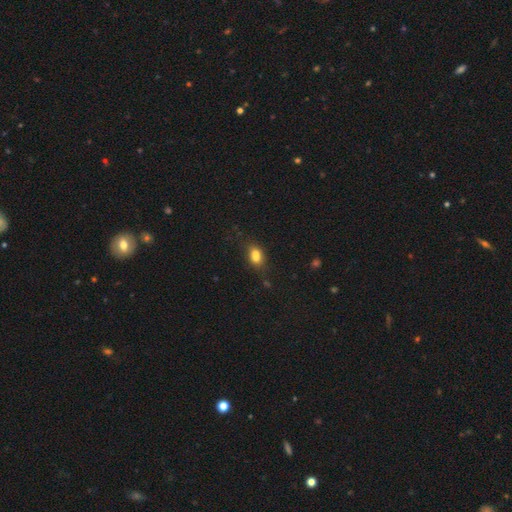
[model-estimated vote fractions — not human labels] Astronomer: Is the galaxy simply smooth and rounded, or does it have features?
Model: smooth — 79%.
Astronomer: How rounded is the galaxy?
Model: in between — 76%.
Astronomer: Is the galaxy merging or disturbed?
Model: none — 56%.